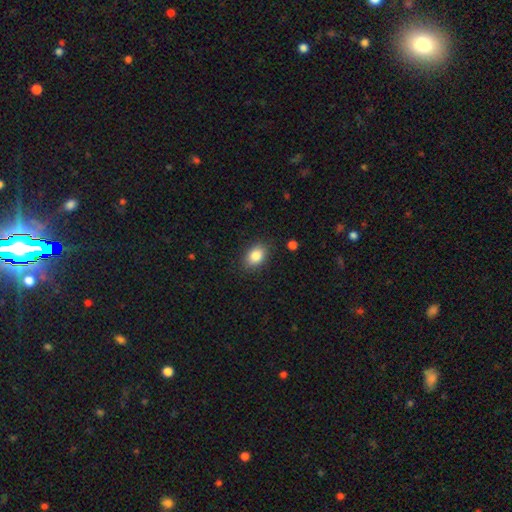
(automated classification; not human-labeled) Smooth or featured? Predicted: smooth (p=0.84). How rounded? Predicted: in between (p=0.77). Merging? Predicted: none (p=0.86).